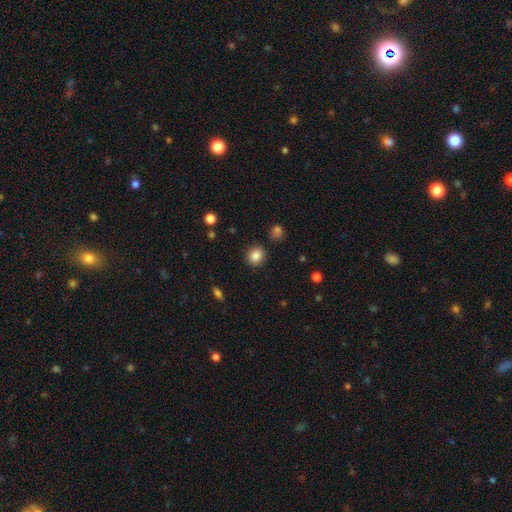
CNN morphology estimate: The model was most divided on "how rounded": round: 79%, in between: 20%, cigar-shaped: 1%. More confident: merging — none (88%); smooth or featured — smooth (85%).